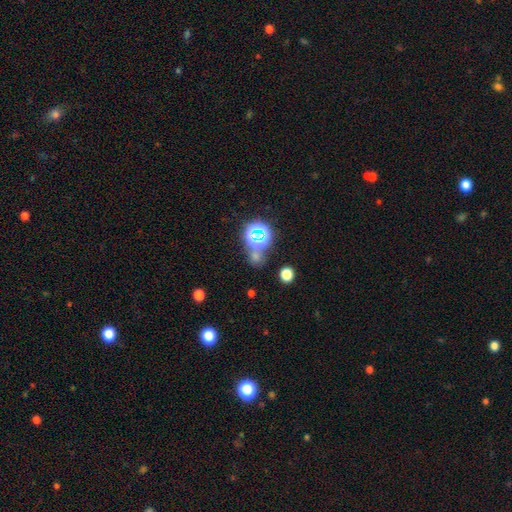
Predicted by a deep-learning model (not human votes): A star or artifact, not a galaxy (61%).

Vote fractions:
- Smooth or featured? star or artifact: 61% / smooth: 30% / featured or disk: 9%